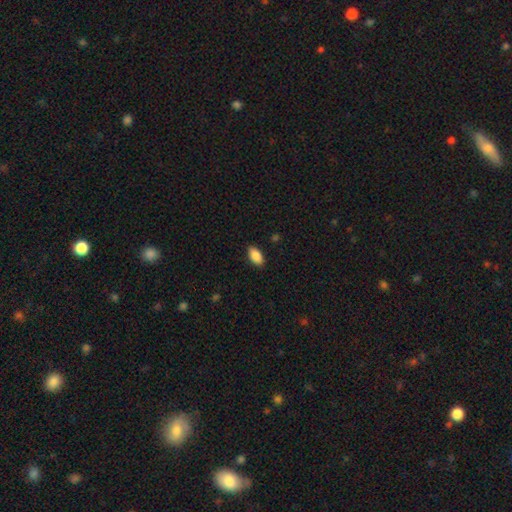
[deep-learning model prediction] Morphology: type=smooth (89%); roundness=in between (93%); merging=none (88%).